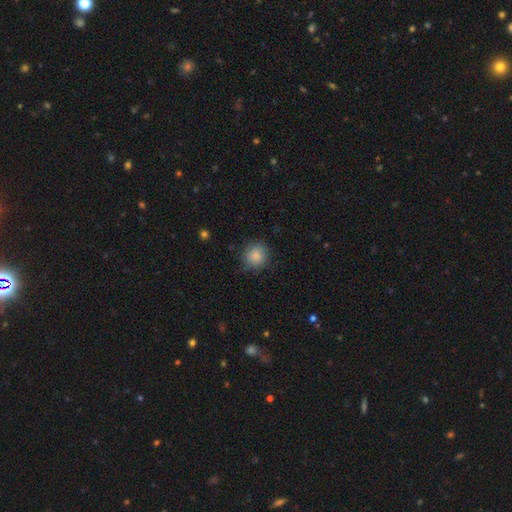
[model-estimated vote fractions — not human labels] Smooth or featured? Predicted: smooth (p=0.86). How rounded? Predicted: round (p=0.86). Merging? Predicted: none (p=0.79).